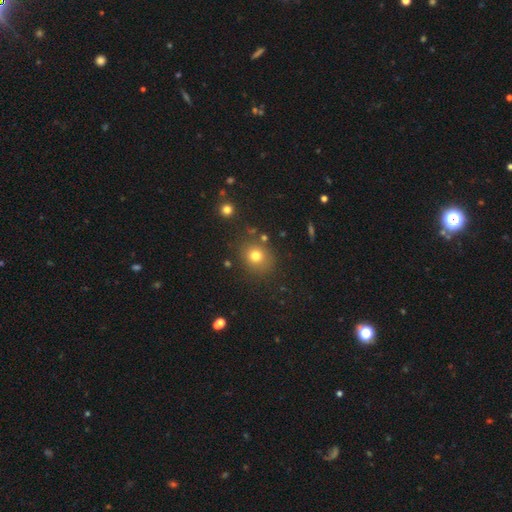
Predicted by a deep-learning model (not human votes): A smooth galaxy with no disk features (75%) that is round (78%). Merging: none (81%).